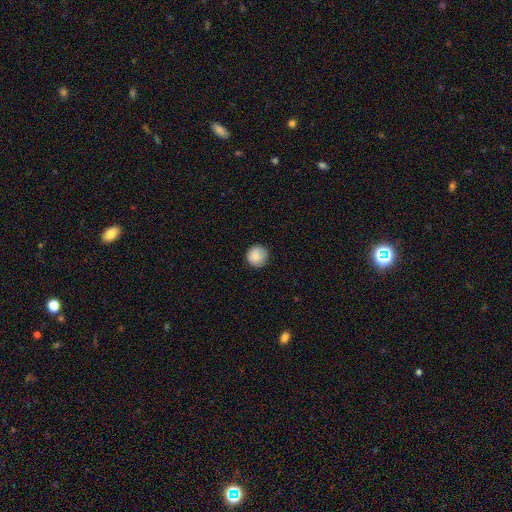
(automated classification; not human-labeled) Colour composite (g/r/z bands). It shows a smooth galaxy with no disk features (88%) that is round (94%). Merging: none (87%).